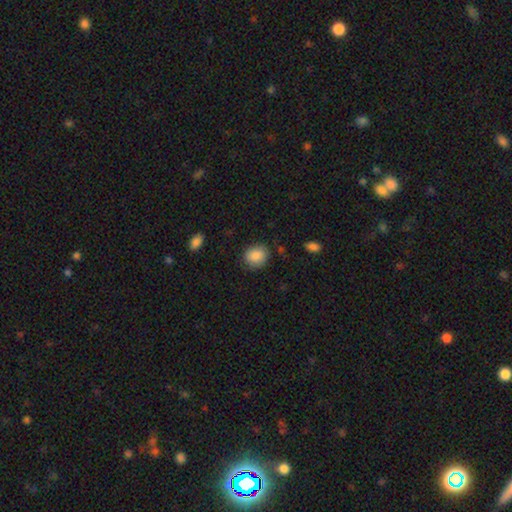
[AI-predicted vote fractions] The model was most divided on "how rounded": round: 61%, in between: 38%, cigar-shaped: 1%. More confident: smooth or featured — smooth (87%); merging — none (81%).